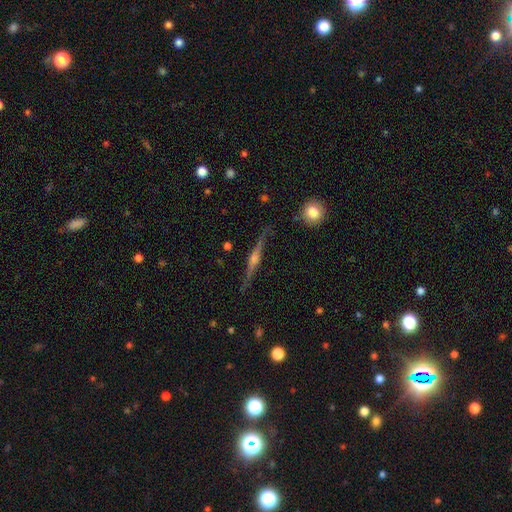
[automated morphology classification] Smooth or featured? Predicted: featured or disk (p=0.84). Edge-on disk? Predicted: yes (p=0.98). Edge-on bulge? Predicted: rounded (p=0.86). Merging? Predicted: none (p=0.88).